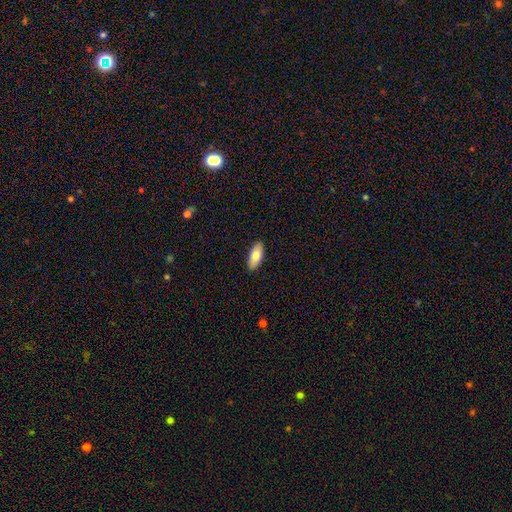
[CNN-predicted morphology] smooth-or-featured: smooth: 78% | featured or disk: 16% | star or artifact: 6%
  how-rounded: in between: 84% | cigar-shaped: 14% | round: 2%
  merging: none: 90% | minor disturbance: 7% | major disturbance: 1% | merger: 1%